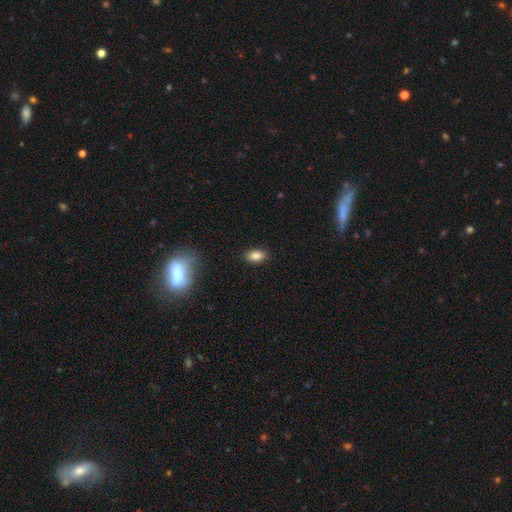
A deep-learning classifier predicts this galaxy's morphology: A smooth galaxy with no disk features (86%) that is in between round and cigar-shaped (90%). Merging: none (89%).